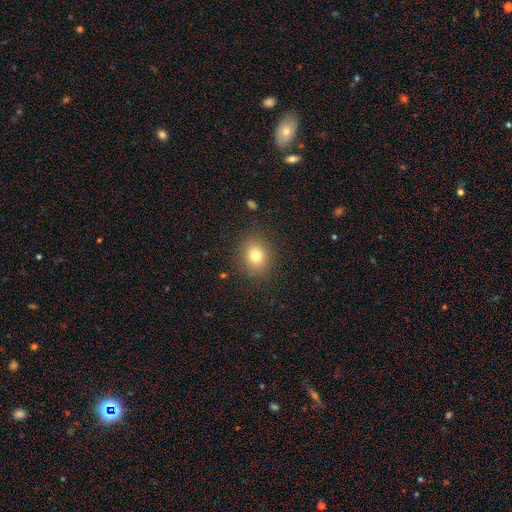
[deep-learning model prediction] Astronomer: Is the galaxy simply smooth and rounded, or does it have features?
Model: smooth — 77%.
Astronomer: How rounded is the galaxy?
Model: round — 68%.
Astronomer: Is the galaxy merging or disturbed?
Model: none — 87%.